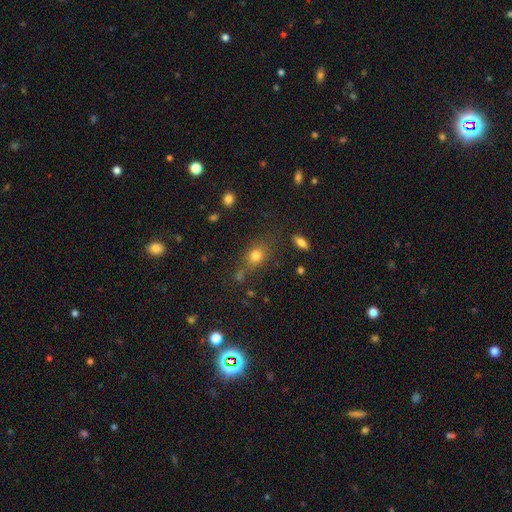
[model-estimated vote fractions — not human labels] Smooth or featured? smooth (77%)
How rounded? in between (52%)
Merging? none (69%)